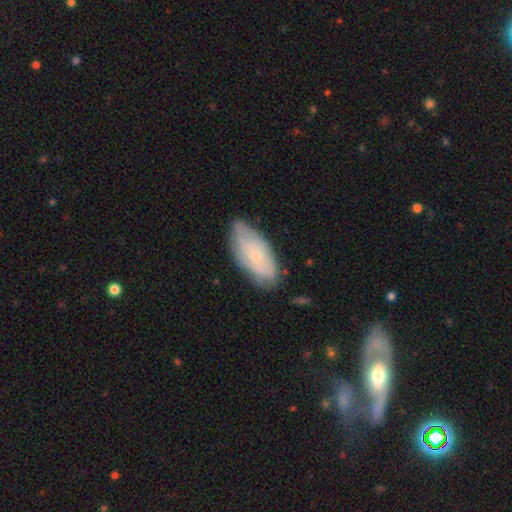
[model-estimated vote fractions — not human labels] Morphology: type=featured or disk (52%); edge-on=no (90%); merging=none (69%).